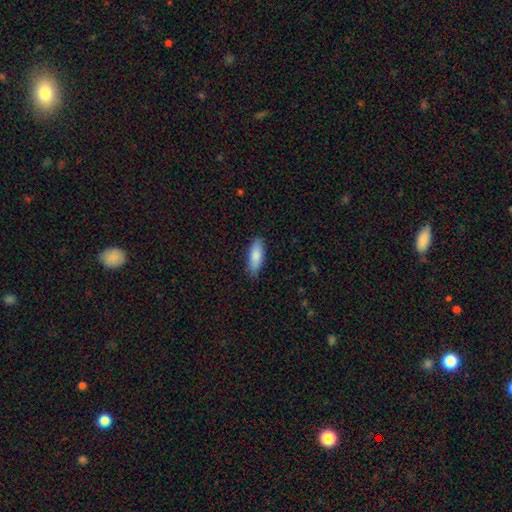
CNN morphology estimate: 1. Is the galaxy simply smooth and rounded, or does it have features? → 85% smooth, 10% featured or disk, 6% star or artifact.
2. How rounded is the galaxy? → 63% in between, 35% cigar-shaped, 2% round.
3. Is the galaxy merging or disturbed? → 86% none, 11% minor disturbance, 2% major disturbance, 1% merger.